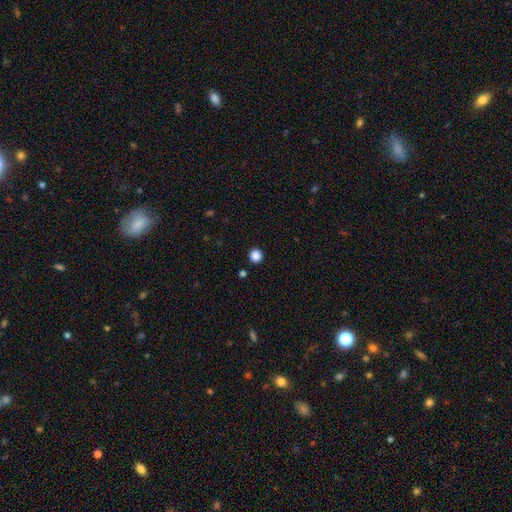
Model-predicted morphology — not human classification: smooth-or-featured: smooth: 86% | star or artifact: 11% | featured or disk: 3%
  how-rounded: round: 92% | in between: 7% | cigar-shaped: 1%
  merging: none: 92% | minor disturbance: 5% | major disturbance: 2% | merger: 1%